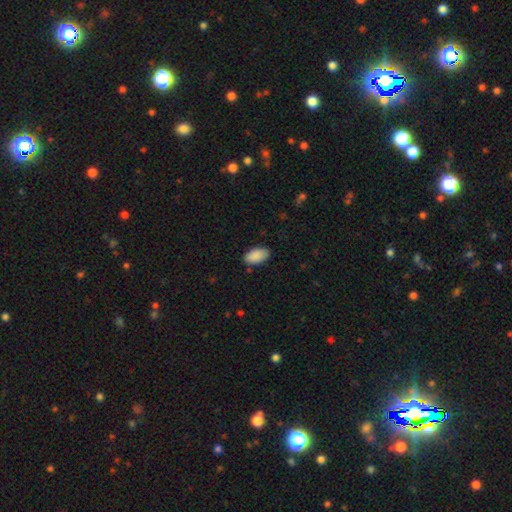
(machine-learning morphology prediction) This appears to be a smooth galaxy with no disk features (90%) that is in between round and cigar-shaped (95%). Merging: none (85%).